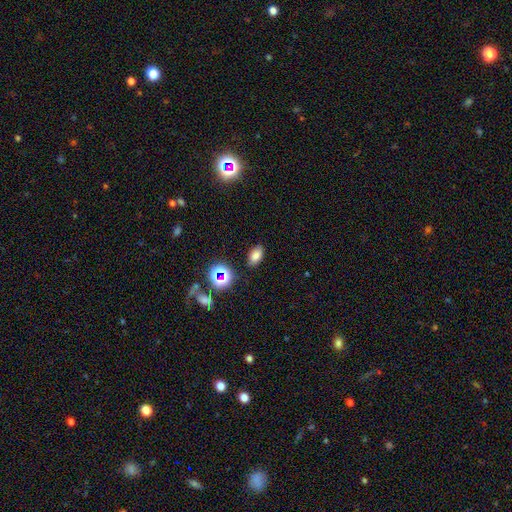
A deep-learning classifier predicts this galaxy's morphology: Smooth or featured: smooth — 73% (star or artifact — 18%)
How rounded: in between — 88% (round — 10%)
Merging: none — 85% (minor disturbance — 10%)